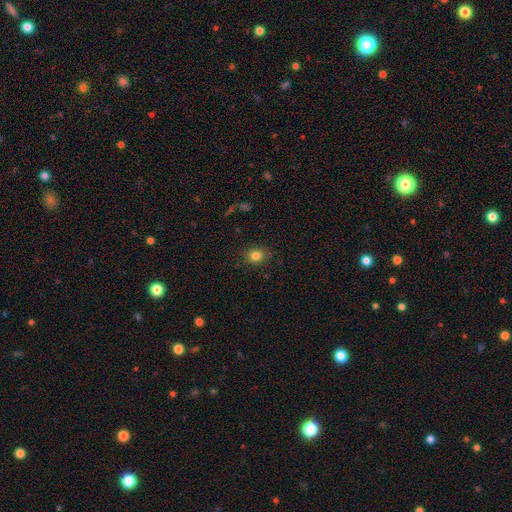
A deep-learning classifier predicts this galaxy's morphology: Overall: smooth (81%). How rounded: round (58%; in between 41%). Merging: none (84%).